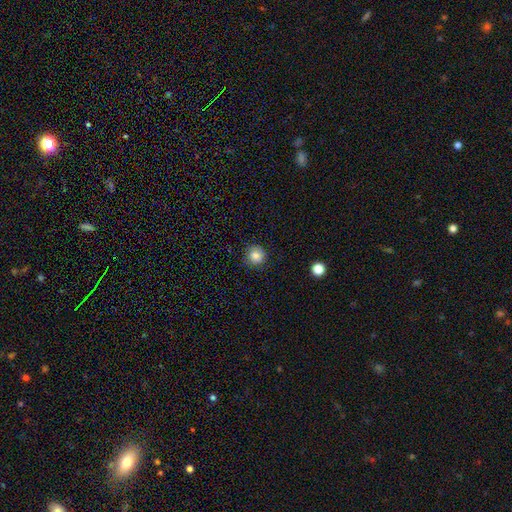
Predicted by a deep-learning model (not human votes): Smooth or featured? smooth (82%)
How rounded? round (94%)
Merging? none (88%)